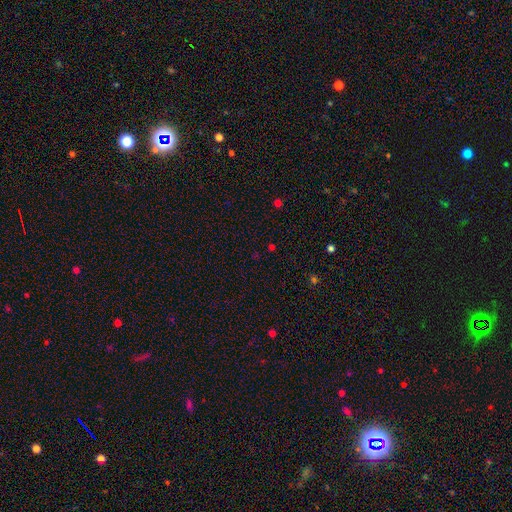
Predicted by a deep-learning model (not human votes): Overall: star or artifact (63%; smooth 30%).